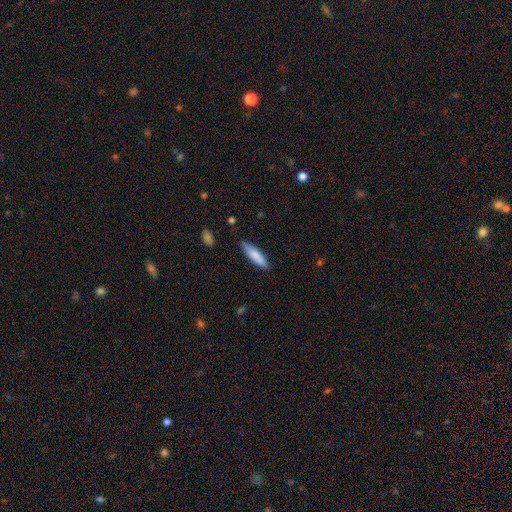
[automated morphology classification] Smooth or featured? smooth (81%)
How rounded? cigar-shaped (75%)
Merging? none (83%)